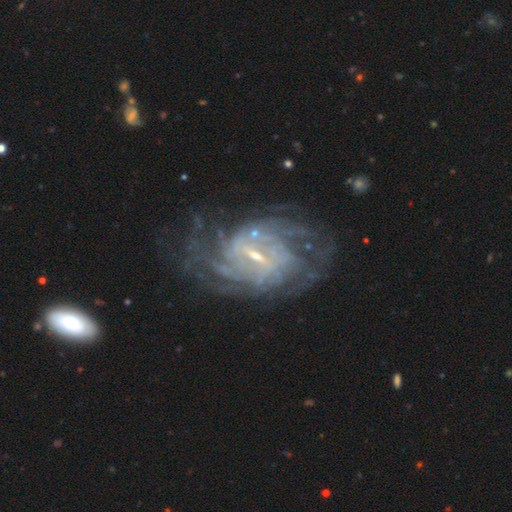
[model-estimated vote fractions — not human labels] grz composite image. It shows a featured or disk galaxy (88%) with a weak bar (50%), tight (57%) spiral arms (95%) and a small central bulge (75%). Merging: none (66%).